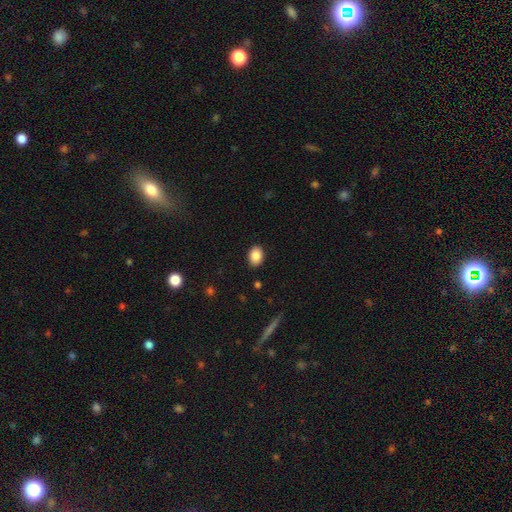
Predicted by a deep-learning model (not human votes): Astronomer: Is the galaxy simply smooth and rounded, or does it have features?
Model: smooth — 87%.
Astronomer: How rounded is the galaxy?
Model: in between — 71%.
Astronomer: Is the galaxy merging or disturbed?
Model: none — 89%.